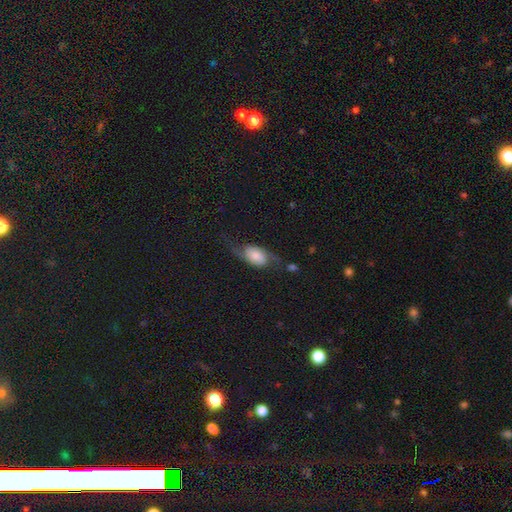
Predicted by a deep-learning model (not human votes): Q: Smooth or featured?
A: featured or disk (55%); runner-up: smooth (36%)
Q: Edge-on disk?
A: no (90%); runner-up: yes (10%)
Q: Bar?
A: no (62%); runner-up: weak (28%)
Q: Spiral arms?
A: yes (89%); runner-up: no (11%)
Q: Bulge size?
A: large (30%); runner-up: moderate (22%)
Q: Merging?
A: none (52%); runner-up: major disturbance (23%)